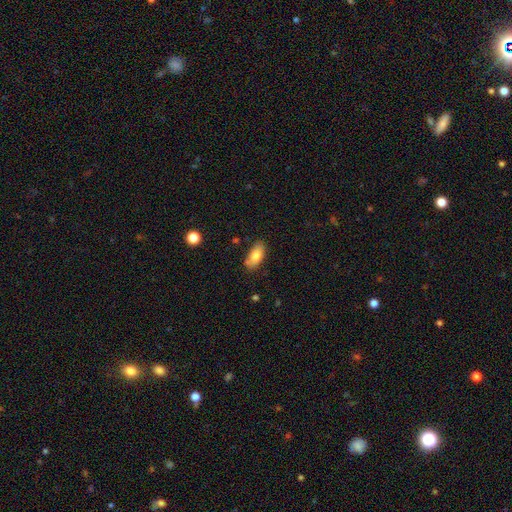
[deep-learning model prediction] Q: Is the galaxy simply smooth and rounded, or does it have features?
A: smooth — 78%.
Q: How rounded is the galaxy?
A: in between — 89%.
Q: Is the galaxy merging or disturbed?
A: none — 77%.